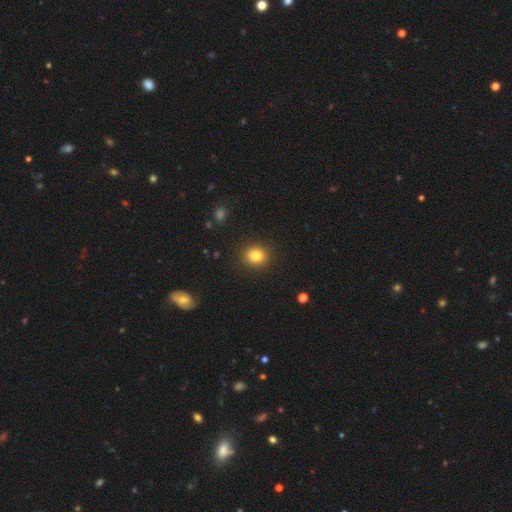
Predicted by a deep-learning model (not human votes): Morphology: type=smooth (82%); roundness=round (79%); merging=none (90%).